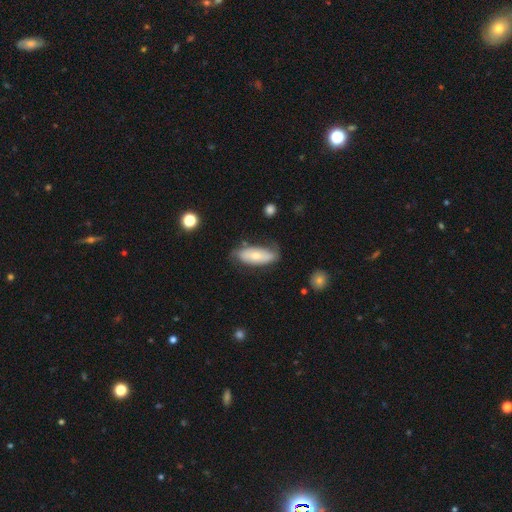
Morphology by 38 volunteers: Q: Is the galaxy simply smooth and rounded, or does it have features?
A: smooth — 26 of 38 (68%).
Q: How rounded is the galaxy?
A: in between — 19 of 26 (73%).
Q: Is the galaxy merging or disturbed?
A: none — 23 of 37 (62%).